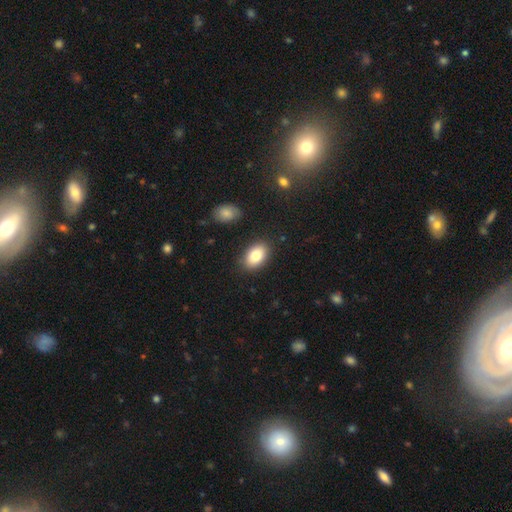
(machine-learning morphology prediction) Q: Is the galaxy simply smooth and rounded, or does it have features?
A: smooth — 82%.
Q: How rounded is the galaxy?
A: in between — 88%.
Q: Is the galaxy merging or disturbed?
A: none — 86%.